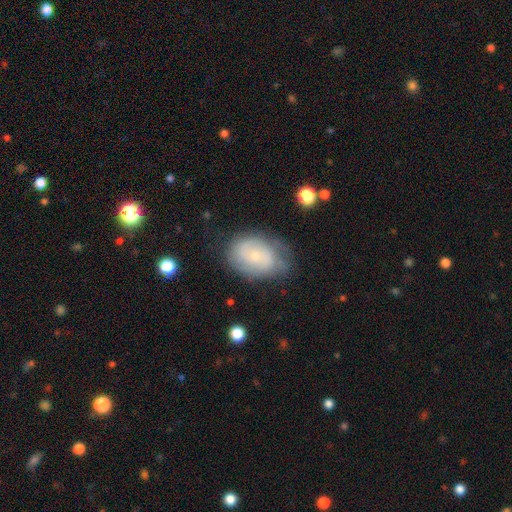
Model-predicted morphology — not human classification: A featured or disk galaxy (49%). Merging: none (61%).